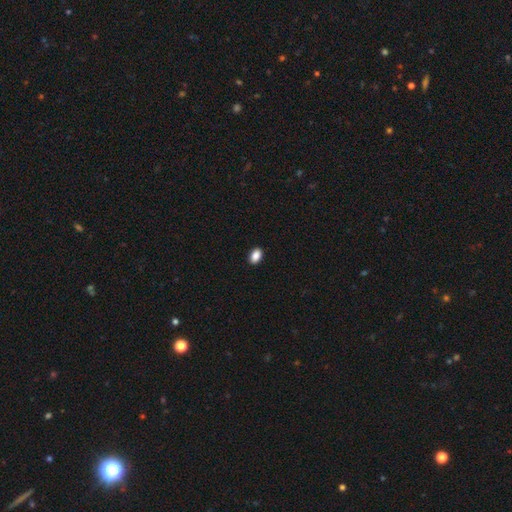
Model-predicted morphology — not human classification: A smooth galaxy with no disk features (89%) that is in between round and cigar-shaped (89%). Merging: none (91%).